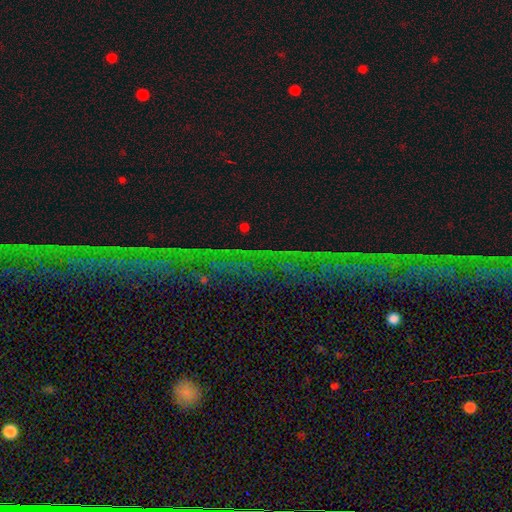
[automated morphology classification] star or artifact 77%, featured or disk 12%, smooth 10%.